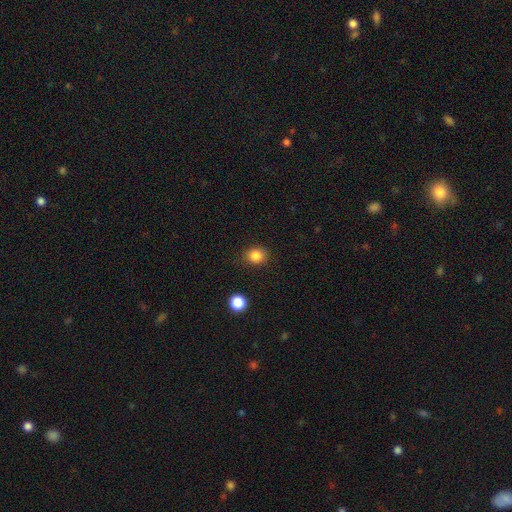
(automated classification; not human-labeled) This appears to be a smooth galaxy with no disk features (84%) that is round (76%). Merging: none (85%).